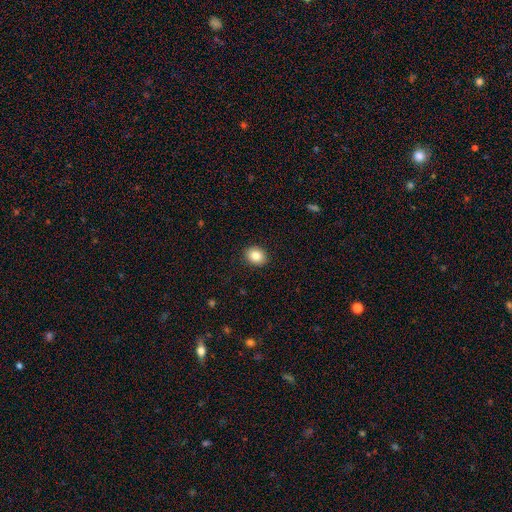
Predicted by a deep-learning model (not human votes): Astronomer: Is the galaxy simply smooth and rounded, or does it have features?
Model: smooth — 85%.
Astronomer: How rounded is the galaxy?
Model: in between — 51% (runner-up: round, 48%).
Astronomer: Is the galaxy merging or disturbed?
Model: none — 91%.